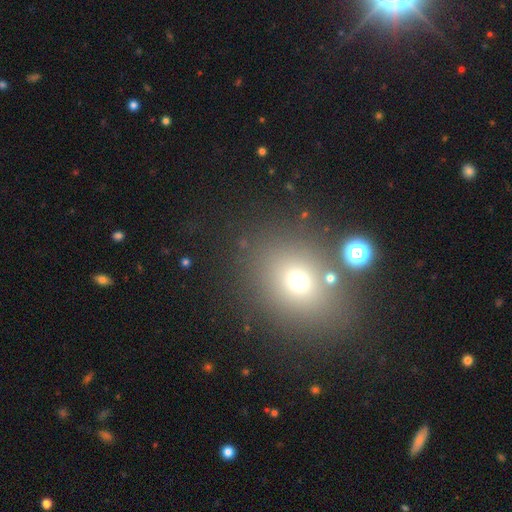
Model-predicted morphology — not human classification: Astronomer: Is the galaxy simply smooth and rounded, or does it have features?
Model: smooth — 60%.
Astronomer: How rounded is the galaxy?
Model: round — 55% (runner-up: in between, 43%).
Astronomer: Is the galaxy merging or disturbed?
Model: none — 79%.